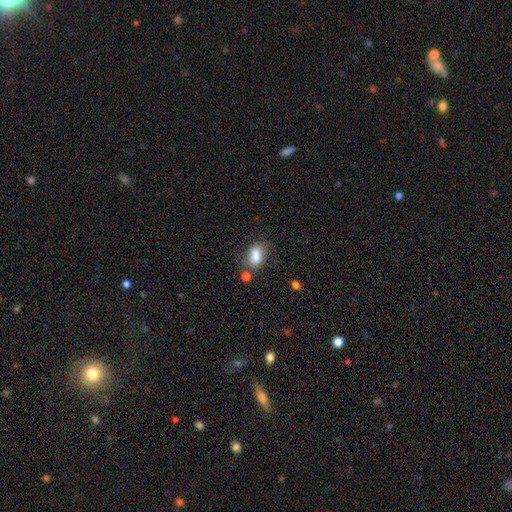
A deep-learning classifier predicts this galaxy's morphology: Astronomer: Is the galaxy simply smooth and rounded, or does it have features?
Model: smooth — 81%.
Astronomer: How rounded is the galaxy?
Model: in between — 83%.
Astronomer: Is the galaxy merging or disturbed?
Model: none — 54%.